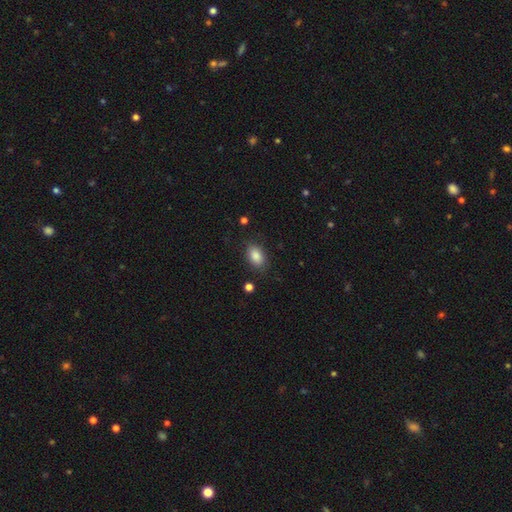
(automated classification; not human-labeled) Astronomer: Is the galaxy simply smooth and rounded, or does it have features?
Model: smooth — 86%.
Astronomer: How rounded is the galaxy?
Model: in between — 88%.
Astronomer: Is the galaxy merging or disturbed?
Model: none — 82%.